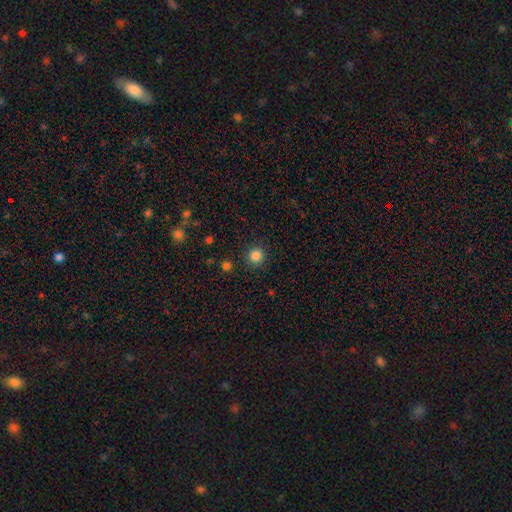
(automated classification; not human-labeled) A smooth galaxy with no disk features (85%) that is round (94%). Merging: none (90%).